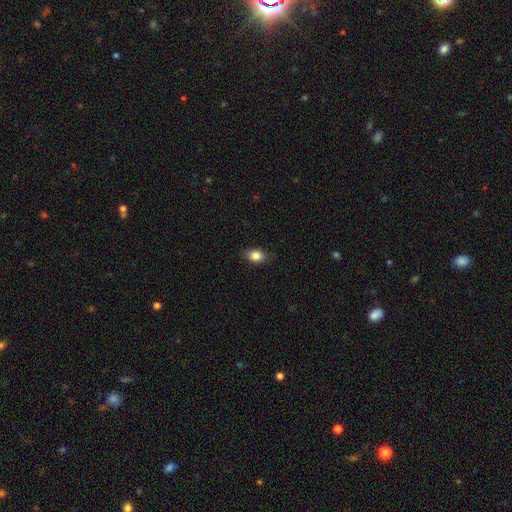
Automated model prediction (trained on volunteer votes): This appears to be a smooth galaxy with no disk features (85%) that is in between round and cigar-shaped (82%). Merging: none (86%).